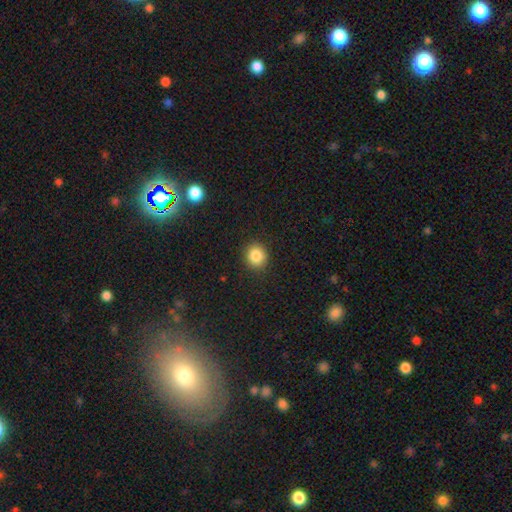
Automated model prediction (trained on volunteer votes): smooth 84%, star or artifact 11%, featured or disk 5%. Down the decision tree: how rounded — round (85%); merging — none (90%).